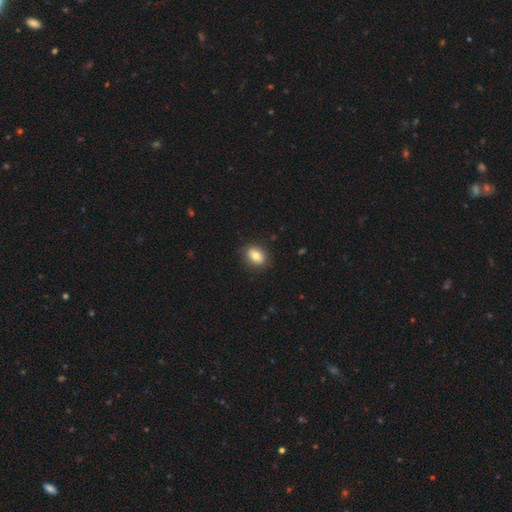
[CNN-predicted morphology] The model was most divided on "how rounded": in between: 69%, round: 29%, cigar-shaped: 1%. More confident: merging — none (84%); smooth or featured — smooth (79%).